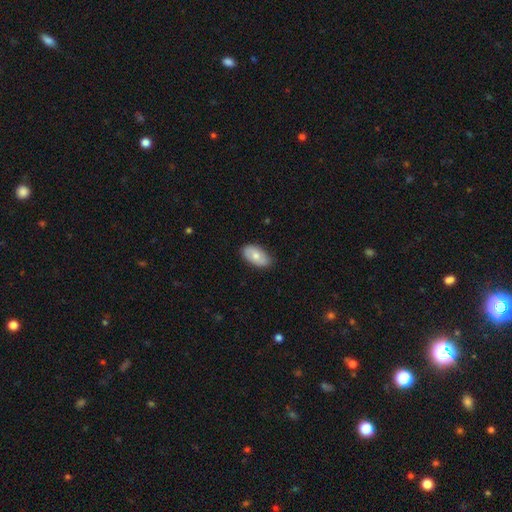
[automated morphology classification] The model was most divided on "smooth or featured": smooth: 71%, featured or disk: 23%, star or artifact: 6%. More confident: how rounded — in between (94%); merging — none (79%).